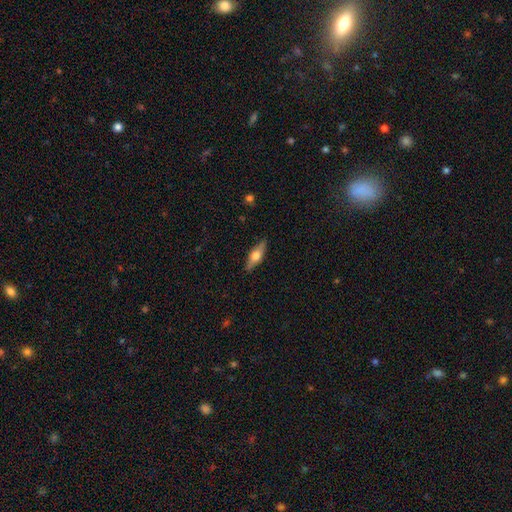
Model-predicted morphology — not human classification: Smooth or featured?
  - featured or disk: 52% *
  - smooth: 41%
  - star or artifact: 6%
Edge-on disk?
  - yes: 92% *
  - no: 8%
Merging?
  - none: 87% *
  - minor disturbance: 10%
  - major disturbance: 2%
  - merger: 1%